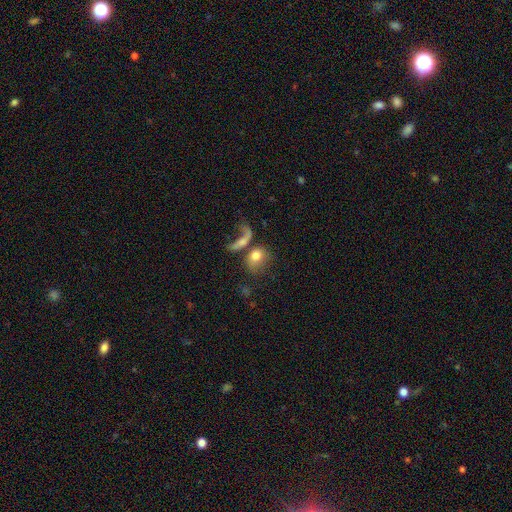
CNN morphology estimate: smooth-or-featured: smooth: 69% | featured or disk: 21% | star or artifact: 10%
  how-rounded: in between: 54% | round: 41% | cigar-shaped: 4%
  merging: merger: 40% | none: 25% | major disturbance: 25% | minor disturbance: 10%